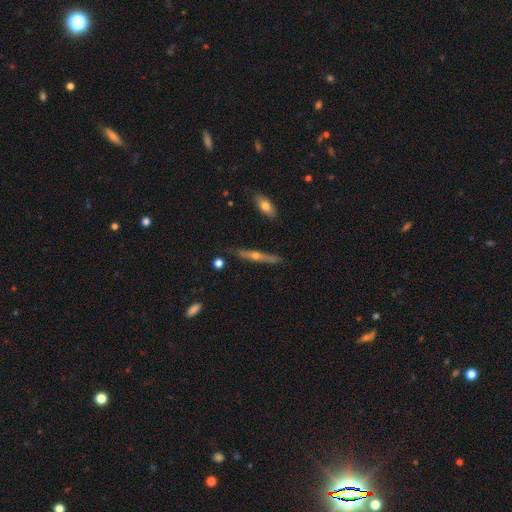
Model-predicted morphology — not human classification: The model was most divided on "smooth or featured": featured or disk: 65%, smooth: 27%, star or artifact: 8%. More confident: edge-on disk — yes (93%); edge-on bulge — rounded (87%); merging — none (84%).